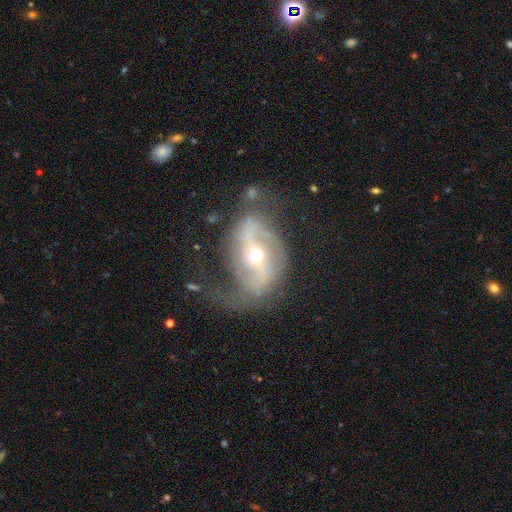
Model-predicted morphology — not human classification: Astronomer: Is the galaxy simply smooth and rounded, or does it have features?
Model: featured or disk — 81%.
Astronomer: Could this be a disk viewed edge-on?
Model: no — 96%.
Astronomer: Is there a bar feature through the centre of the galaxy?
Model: weak — 37% (runner-up: no, 34%).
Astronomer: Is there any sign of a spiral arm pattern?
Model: yes — 88%.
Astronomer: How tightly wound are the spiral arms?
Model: loose — 49% (runner-up: medium, 37%).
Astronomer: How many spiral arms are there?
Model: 2 — 86%.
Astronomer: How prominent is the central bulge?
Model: moderate — 69%.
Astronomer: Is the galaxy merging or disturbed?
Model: none — 50%.